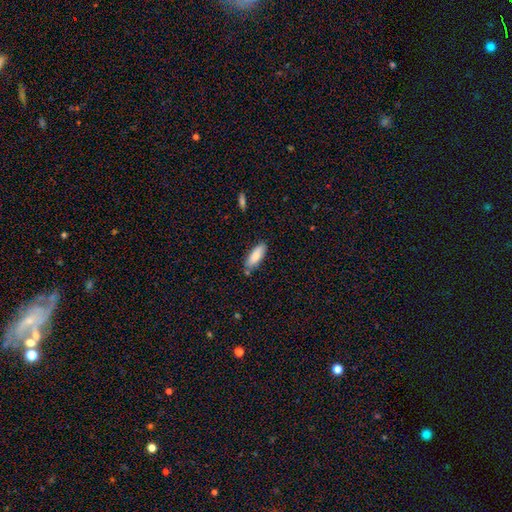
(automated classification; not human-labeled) This appears to be a smooth galaxy with no disk features (82%) that is in between round and cigar-shaped (64%). Merging: none (80%).